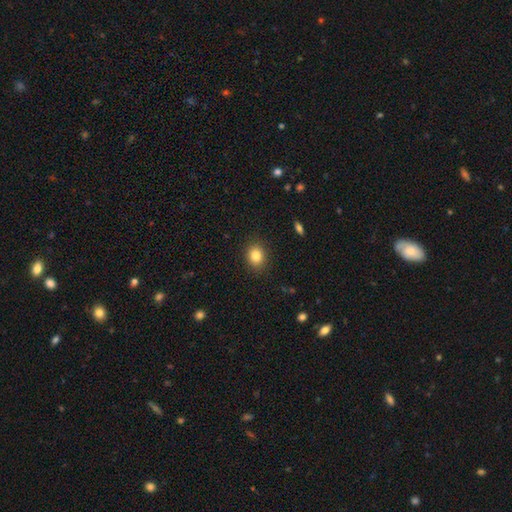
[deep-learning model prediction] Smooth or featured?
  - smooth: 84% *
  - star or artifact: 10%
  - featured or disk: 6%
How rounded?
  - round: 55% *
  - in between: 44%
  - cigar-shaped: 1%
Merging?
  - none: 89% *
  - minor disturbance: 8%
  - major disturbance: 2%
  - merger: 1%